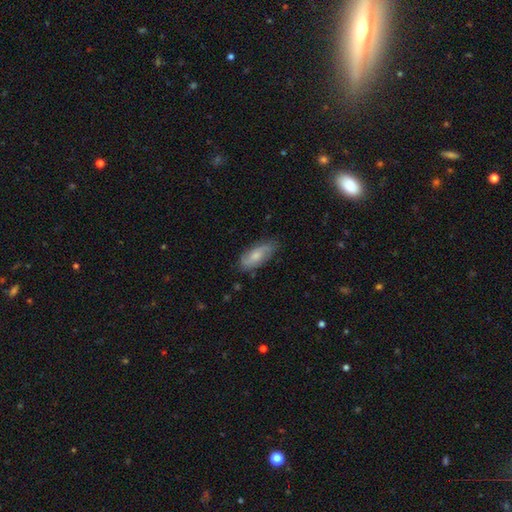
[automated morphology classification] smooth-or-featured: smooth: 55% | featured or disk: 39% | star or artifact: 6%
  how-rounded: in between: 81% | cigar-shaped: 16% | round: 3%
  merging: none: 75% | minor disturbance: 19% | major disturbance: 4% | merger: 1%